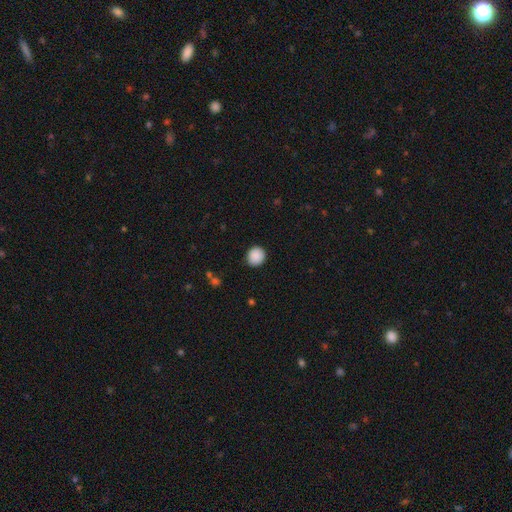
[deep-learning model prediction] Smooth or featured? Predicted: smooth (p=0.89). How rounded? Predicted: round (p=0.87). Merging? Predicted: none (p=0.90).